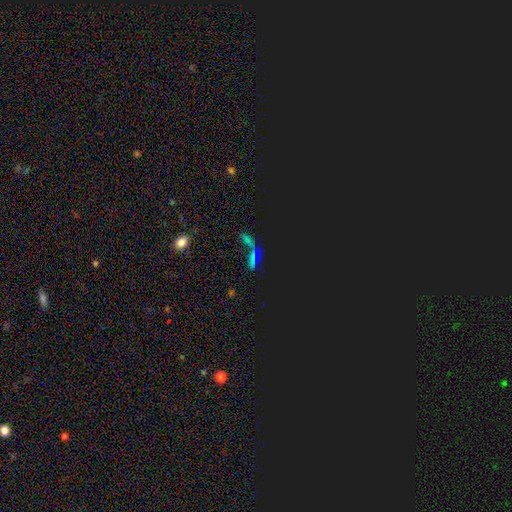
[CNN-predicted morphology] smooth_or_featured: star or artifact (p=0.60) [alt: smooth p=0.27]